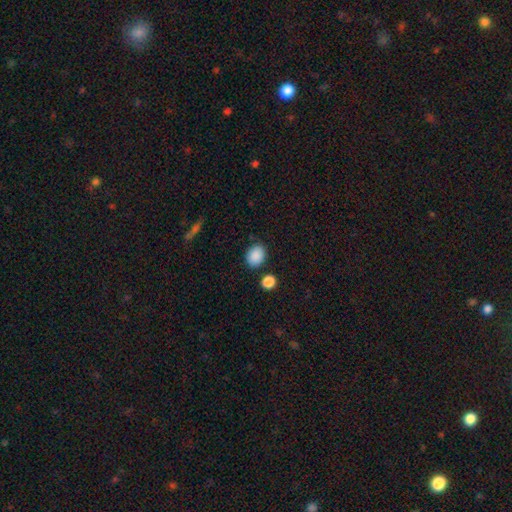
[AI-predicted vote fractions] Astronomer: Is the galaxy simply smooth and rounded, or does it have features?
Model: smooth — 89%.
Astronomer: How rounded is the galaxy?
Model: in between — 55% (runner-up: round, 44%).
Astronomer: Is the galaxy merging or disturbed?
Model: none — 82%.